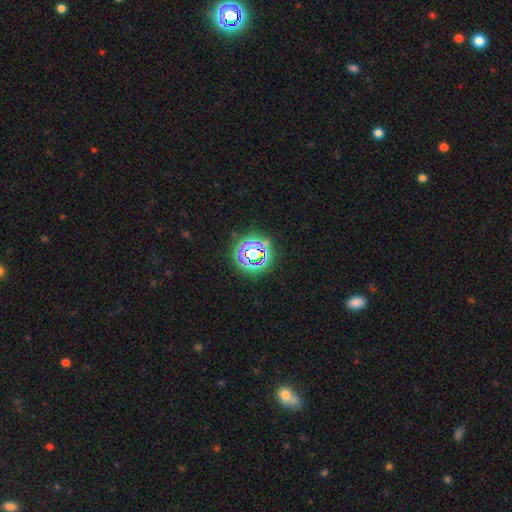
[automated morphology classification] A star or artifact, not a galaxy (63%).

Vote fractions:
- Smooth or featured? star or artifact: 63% / smooth: 25% / featured or disk: 13%